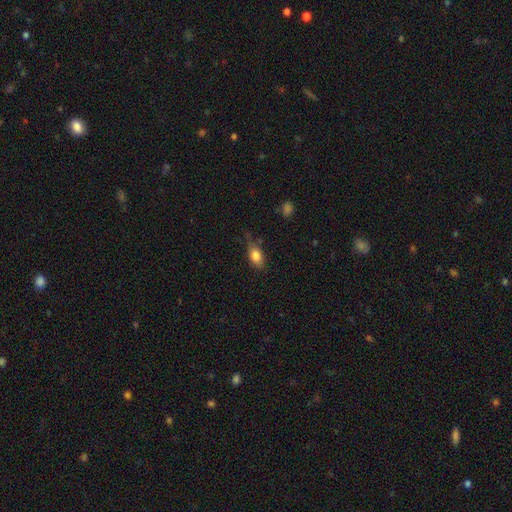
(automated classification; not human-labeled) A smooth galaxy with no disk features (82%) that is in between round and cigar-shaped (86%).

Vote fractions:
- Smooth or featured? smooth: 82% / featured or disk: 9% / star or artifact: 8%
- How rounded? in between: 86% / round: 10% / cigar-shaped: 5%
- Merging? none: 58% / minor disturbance: 30% / major disturbance: 8% / merger: 3%